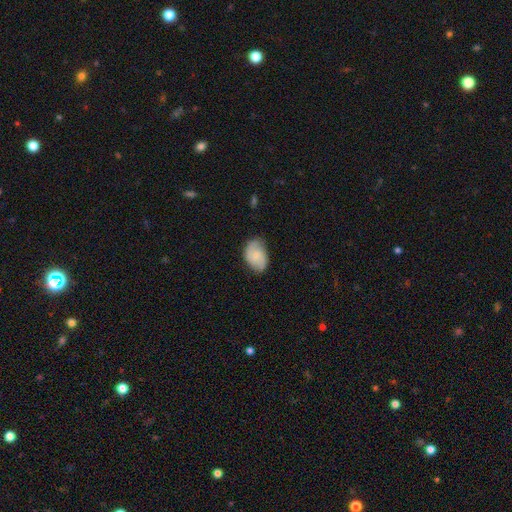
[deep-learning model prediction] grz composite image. It shows a smooth galaxy with no disk features (58%) that is in between round and cigar-shaped (85%). Merging: none (68%).